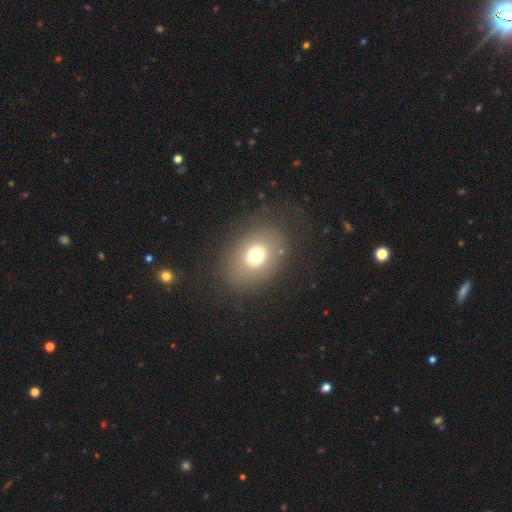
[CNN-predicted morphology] smooth-or-featured: smooth: 68% | featured or disk: 17% | star or artifact: 14%
  how-rounded: in between: 56% | round: 43% | cigar-shaped: 1%
  merging: none: 74% | minor disturbance: 14% | major disturbance: 10% | merger: 2%